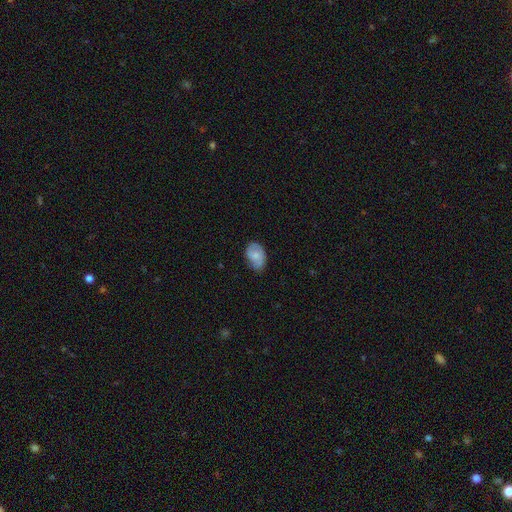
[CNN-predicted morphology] smooth 67%, featured or disk 26%, star or artifact 7%. Down the decision tree: how rounded — in between (85%); merging — none (59%).